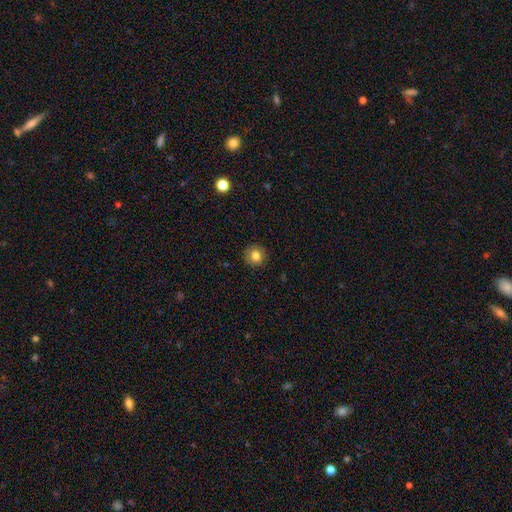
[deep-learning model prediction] smooth-or-featured: smooth: 81% | star or artifact: 11% | featured or disk: 8%
  how-rounded: round: 93% | in between: 6% | cigar-shaped: 1%
  merging: none: 91% | minor disturbance: 6% | major disturbance: 2% | merger: 1%